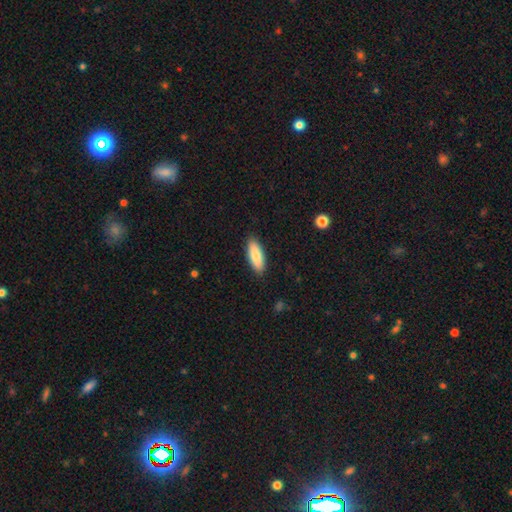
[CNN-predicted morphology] Smooth or featured: smooth — 86% (featured or disk — 9%)
How rounded: in between — 69% (cigar-shaped — 29%)
Merging: none — 89% (minor disturbance — 9%)